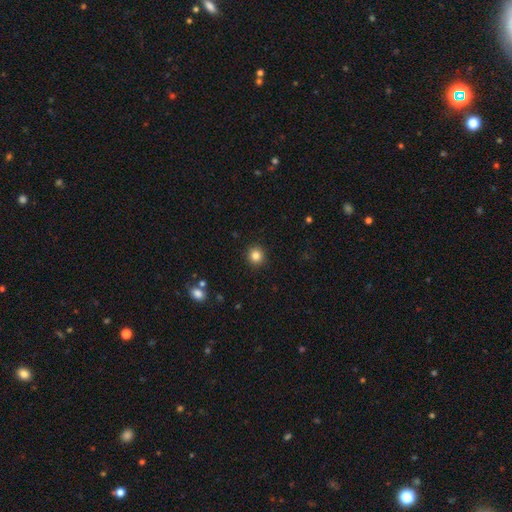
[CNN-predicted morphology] A smooth galaxy with no disk features (84%) that is round (92%). Merging: none (92%).